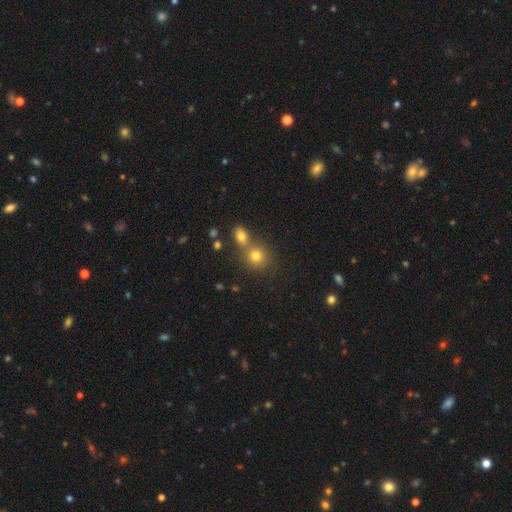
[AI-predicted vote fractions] A smooth galaxy with no disk features (76%) that is round (81%).

Vote fractions:
- Smooth or featured? smooth: 76% / star or artifact: 15% / featured or disk: 10%
- How rounded? round: 81% / in between: 18% / cigar-shaped: 1%
- Merging? none: 52% / merger: 38% / minor disturbance: 8% / major disturbance: 3%